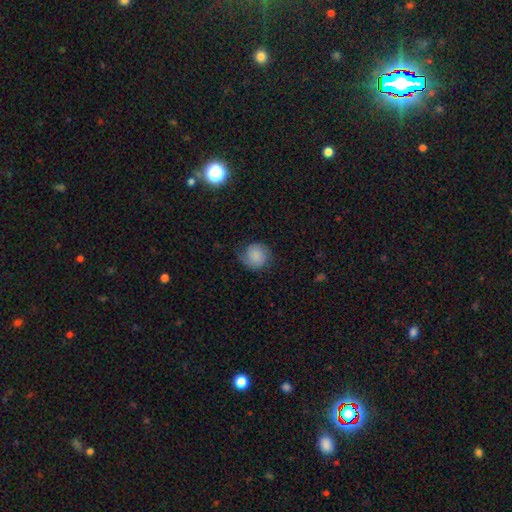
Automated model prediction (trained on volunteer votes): Overall: smooth (72%). How rounded: round (87%). Merging: none (63%; minor disturbance 25%).